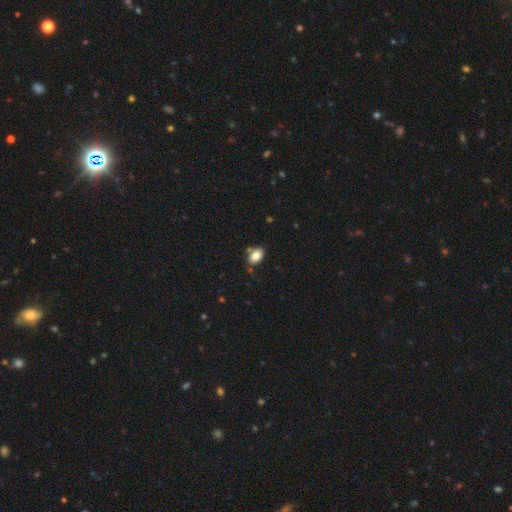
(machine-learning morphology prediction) Smooth or featured? smooth (84%)
How rounded? in between (88%)
Merging? none (74%)